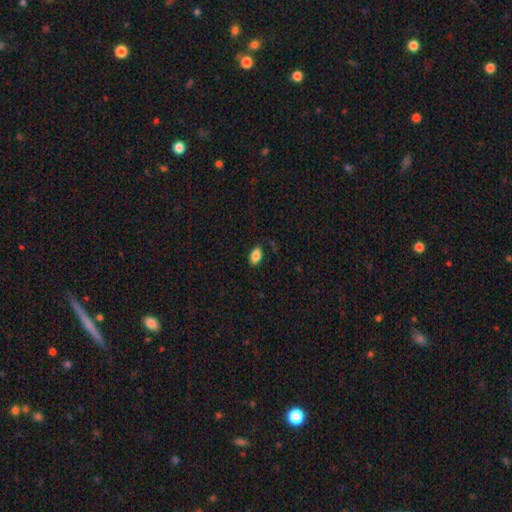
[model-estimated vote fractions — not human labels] Q: Smooth or featured?
A: smooth (85%); runner-up: star or artifact (8%)
Q: How rounded?
A: in between (90%); runner-up: round (7%)
Q: Merging?
A: none (85%); runner-up: minor disturbance (11%)